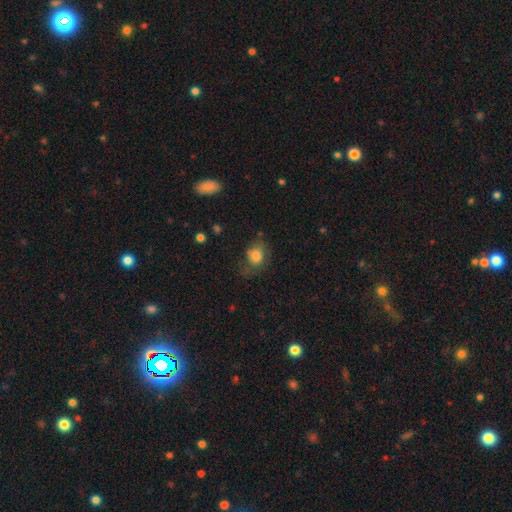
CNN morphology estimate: Smooth or featured? smooth (79%)
How rounded? in between (53%)
Merging? none (48%)